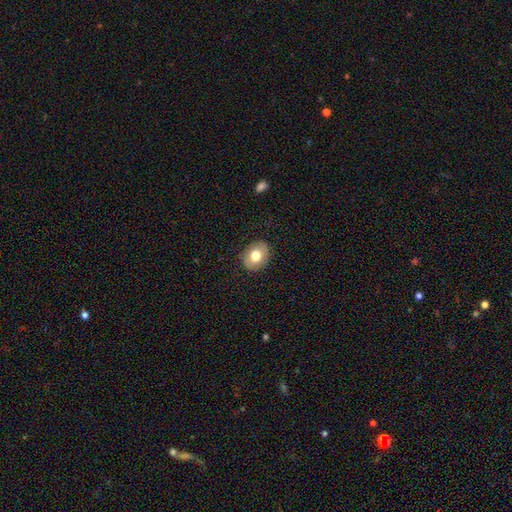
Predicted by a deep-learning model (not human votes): This is likely a smooth galaxy (75%). How rounded: possibly in between (57%). Merging: clearly none (86%).